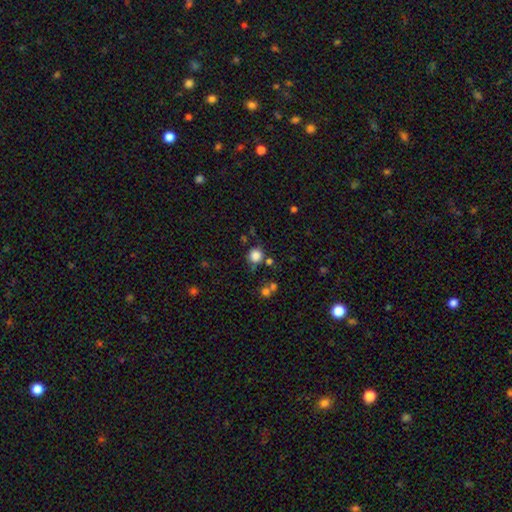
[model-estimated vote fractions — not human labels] smooth-or-featured: smooth: 83% | star or artifact: 12% | featured or disk: 5%
  how-rounded: round: 90% | in between: 9% | cigar-shaped: 1%
  merging: none: 76% | minor disturbance: 12% | merger: 8% | major disturbance: 4%